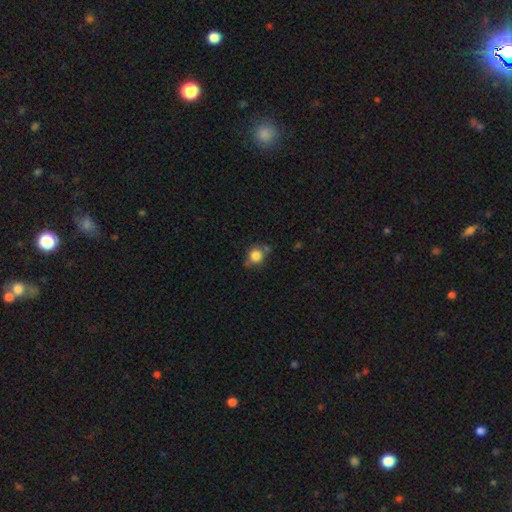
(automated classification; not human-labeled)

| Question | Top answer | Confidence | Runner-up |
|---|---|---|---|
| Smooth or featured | smooth | 82% | star or artifact (11%) |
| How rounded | round | 87% | in between (12%) |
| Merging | none | 65% | minor disturbance (19%) |